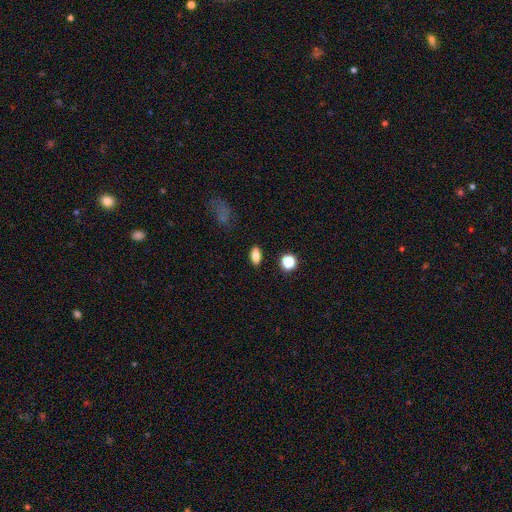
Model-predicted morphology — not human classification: A smooth galaxy with no disk features (78%) that is in between round and cigar-shaped (85%).

Vote fractions:
- Smooth or featured? smooth: 78% / featured or disk: 12% / star or artifact: 10%
- How rounded? in between: 85% / round: 8% / cigar-shaped: 7%
- Merging? none: 87% / minor disturbance: 8% / major disturbance: 2% / merger: 2%